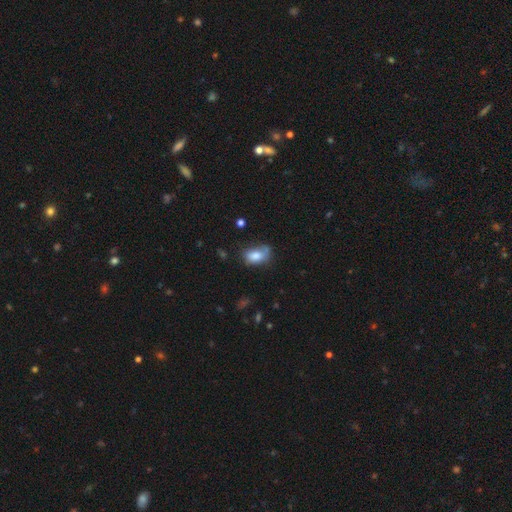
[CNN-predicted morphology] This appears to be a smooth galaxy with no disk features (78%) that is in between round and cigar-shaped (88%). Merging: none (43%).